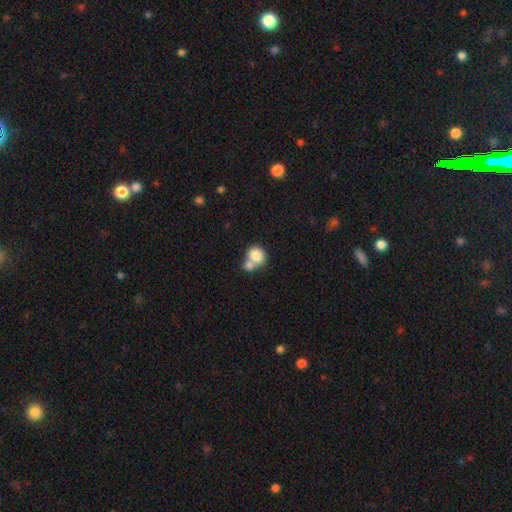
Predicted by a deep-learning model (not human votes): Smooth or featured? smooth (81%)
How rounded? round (78%)
Merging? merger (56%)